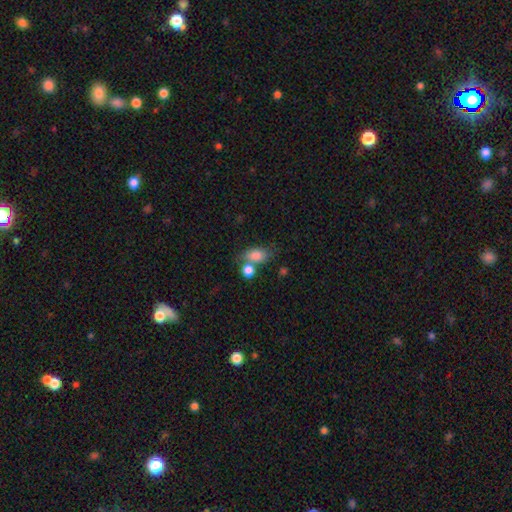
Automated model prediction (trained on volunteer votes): This appears to be a smooth galaxy with no disk features (82%) that is in between round and cigar-shaped (79%). Merging: none (44%).